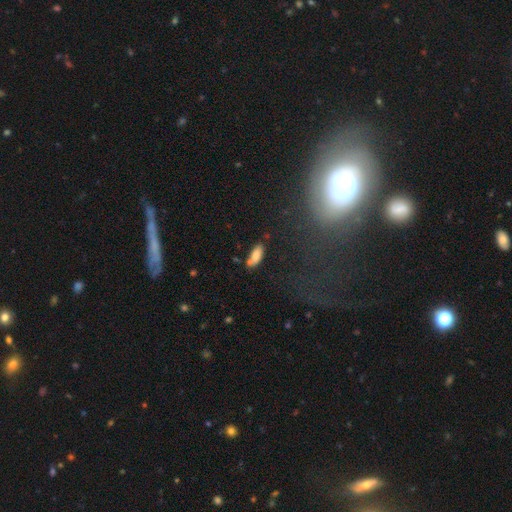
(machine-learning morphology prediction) Smooth or featured: smooth — 78% (featured or disk — 14%)
How rounded: in between — 80% (cigar-shaped — 18%)
Merging: none — 63% (minor disturbance — 19%)